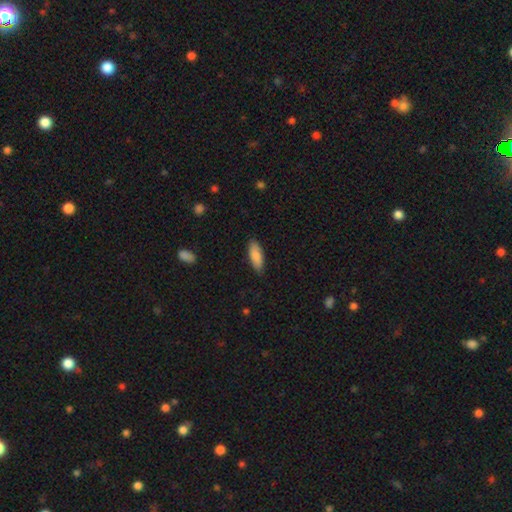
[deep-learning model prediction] Morphology: type=smooth (85%); roundness=in between (71%); merging=none (84%).